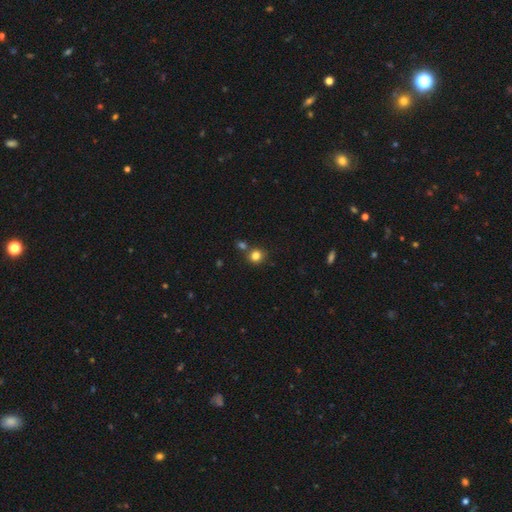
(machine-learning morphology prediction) Smooth or featured?
  - smooth: 81% *
  - star or artifact: 13%
  - featured or disk: 6%
How rounded?
  - round: 84% *
  - in between: 15%
  - cigar-shaped: 1%
Merging?
  - none: 72% *
  - merger: 15%
  - minor disturbance: 9%
  - major disturbance: 3%